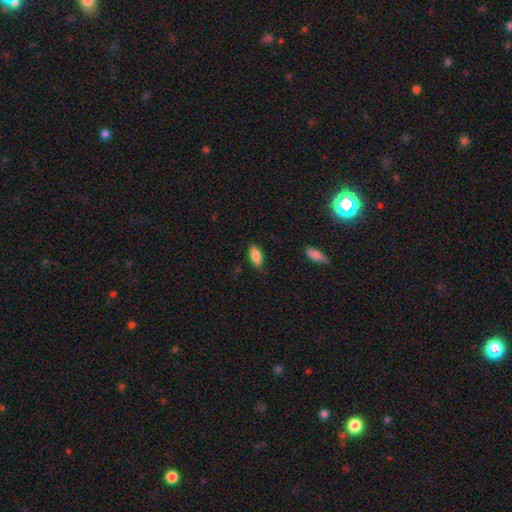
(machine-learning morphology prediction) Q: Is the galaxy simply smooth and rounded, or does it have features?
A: smooth — 83%.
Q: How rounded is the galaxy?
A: in between — 86%.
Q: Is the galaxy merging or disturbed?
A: none — 81%.